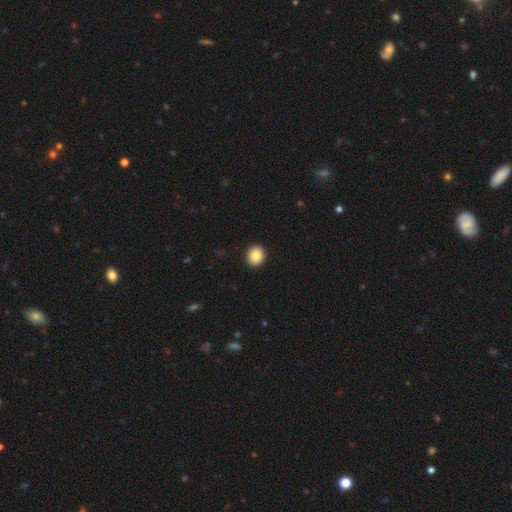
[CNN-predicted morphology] type=smooth (88%); roundness=round (74%); merging=none (93%).